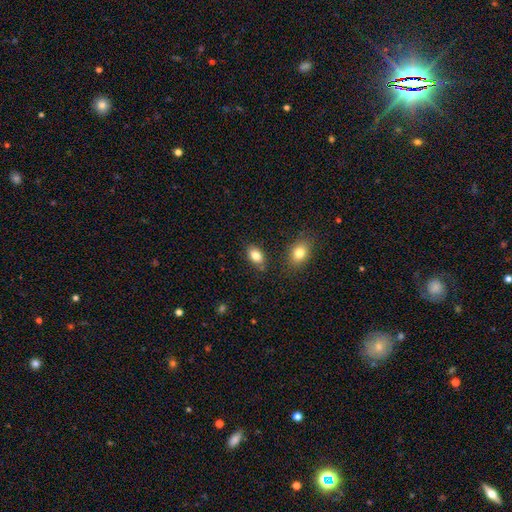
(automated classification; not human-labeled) This is clearly a smooth galaxy (83%). How rounded: clearly in between (87%). Merging: likely none (79%).